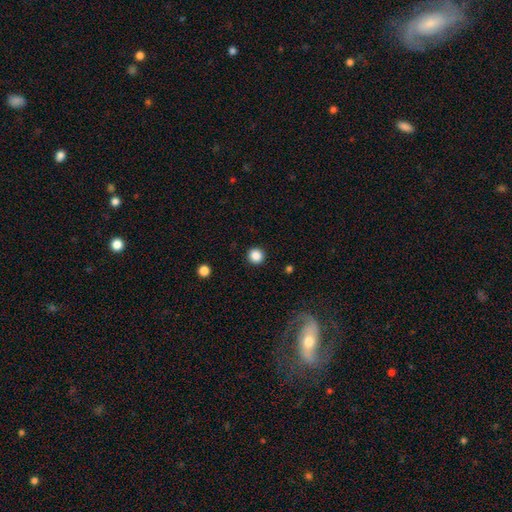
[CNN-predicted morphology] Q: Smooth or featured?
A: smooth (86%); runner-up: star or artifact (10%)
Q: How rounded?
A: round (95%); runner-up: in between (4%)
Q: Merging?
A: none (93%); runner-up: minor disturbance (5%)